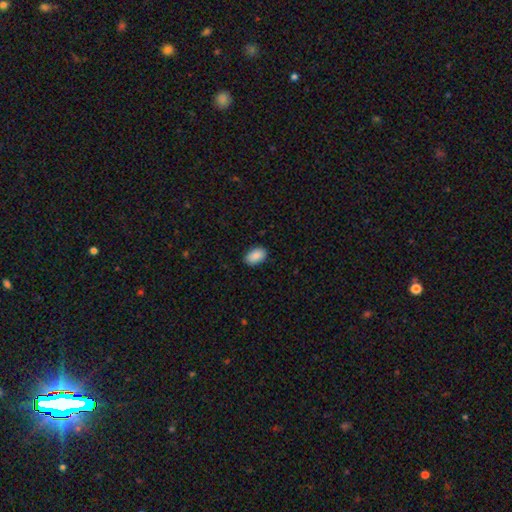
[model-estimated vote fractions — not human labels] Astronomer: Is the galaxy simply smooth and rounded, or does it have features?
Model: smooth — 88%.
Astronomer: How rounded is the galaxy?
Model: in between — 92%.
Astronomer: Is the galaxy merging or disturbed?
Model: none — 87%.